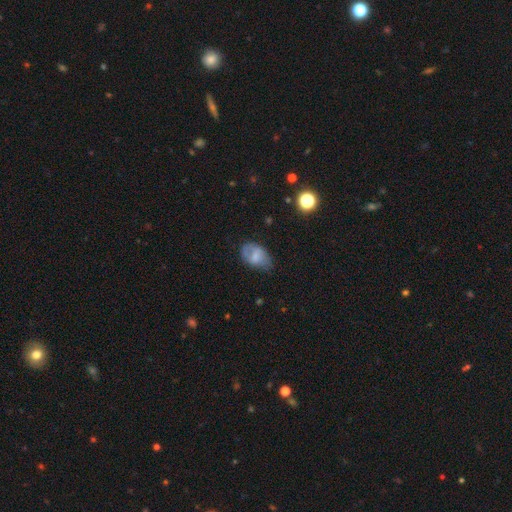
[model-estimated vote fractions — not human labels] Smooth or featured? smooth (61%)
How rounded? in between (86%)
Merging? none (48%)